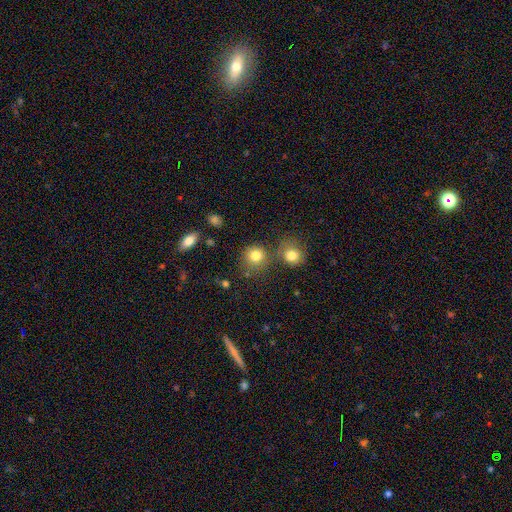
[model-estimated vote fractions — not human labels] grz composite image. It shows a smooth galaxy with no disk features (81%) that is round (88%). Merging: none (70%).